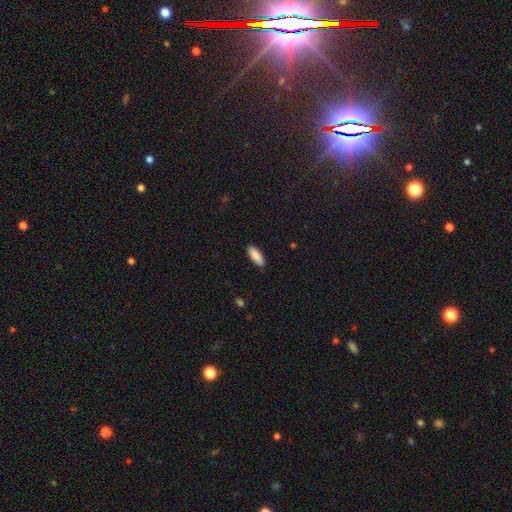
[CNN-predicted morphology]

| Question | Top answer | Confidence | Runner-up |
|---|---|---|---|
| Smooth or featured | smooth | 90% | star or artifact (6%) |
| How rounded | in between | 69% | cigar-shaped (30%) |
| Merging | none | 89% | minor disturbance (8%) |